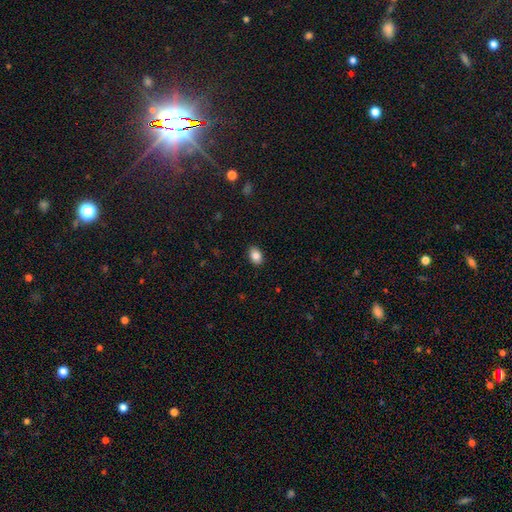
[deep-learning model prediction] Overall: smooth (87%). How rounded: in between (79%). Merging: none (88%).